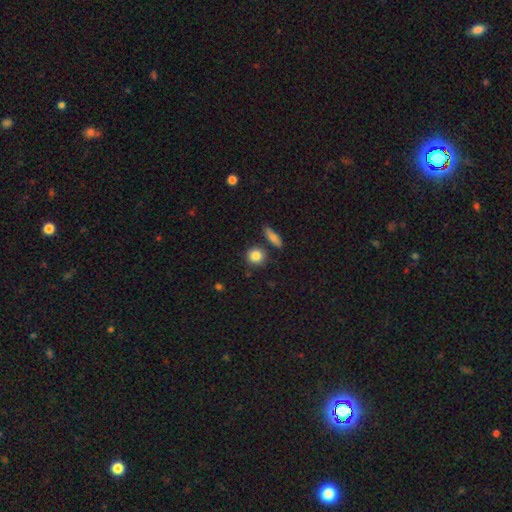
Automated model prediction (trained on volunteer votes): Overall: smooth (85%). How rounded: round (83%). Merging: none (79%).